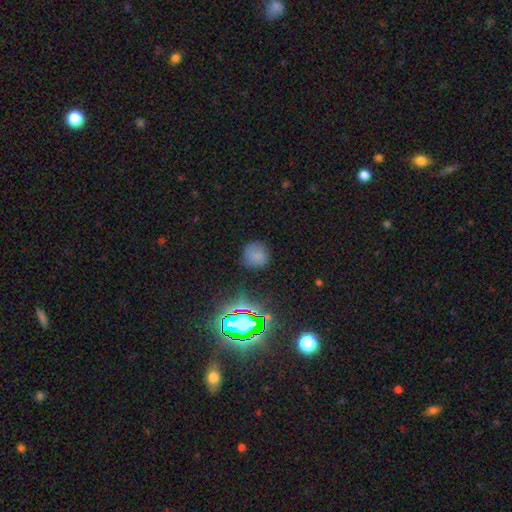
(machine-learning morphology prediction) Q: Smooth or featured?
A: smooth (70%); runner-up: star or artifact (21%)
Q: How rounded?
A: round (87%); runner-up: in between (11%)
Q: Merging?
A: none (78%); runner-up: minor disturbance (15%)